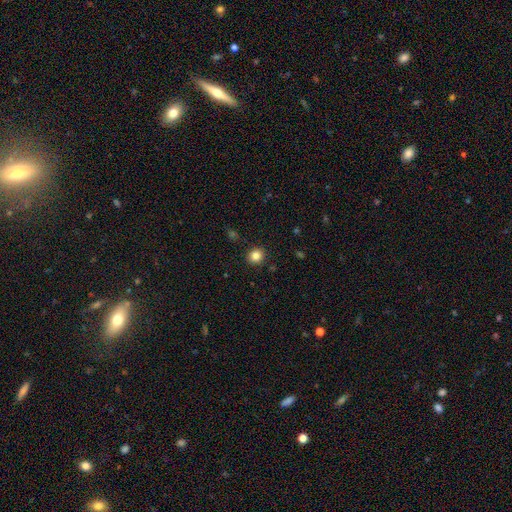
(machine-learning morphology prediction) Smooth or featured? smooth (84%)
How rounded? round (89%)
Merging? none (91%)